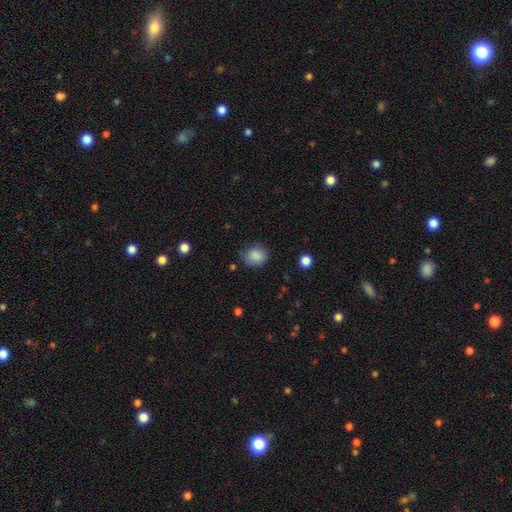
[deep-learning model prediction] Smooth or featured?
  - smooth: 87% *
  - star or artifact: 9%
  - featured or disk: 4%
How rounded?
  - round: 68% *
  - in between: 31%
  - cigar-shaped: 1%
Merging?
  - none: 74% *
  - minor disturbance: 20%
  - major disturbance: 5%
  - merger: 2%